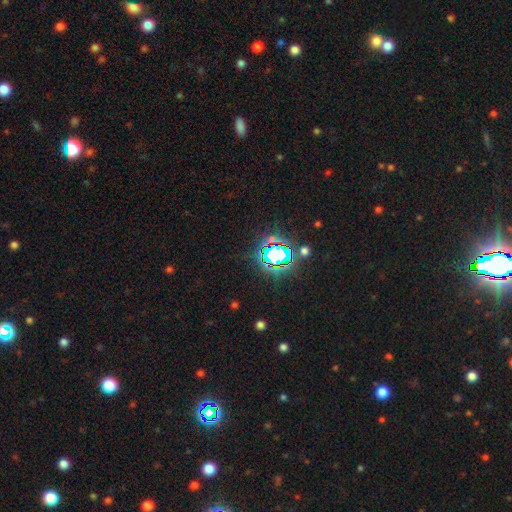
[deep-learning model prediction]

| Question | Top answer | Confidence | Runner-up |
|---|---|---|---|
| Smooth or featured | star or artifact | 77% | smooth (15%) |